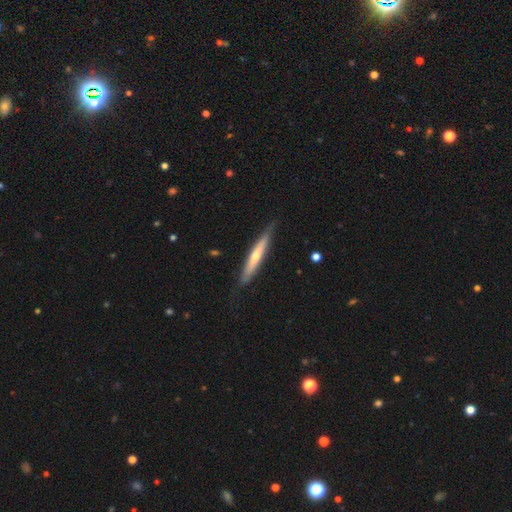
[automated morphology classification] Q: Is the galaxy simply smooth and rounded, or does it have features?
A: featured or disk — 54%.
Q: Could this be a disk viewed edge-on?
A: yes — 91%.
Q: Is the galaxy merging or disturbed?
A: none — 80%.